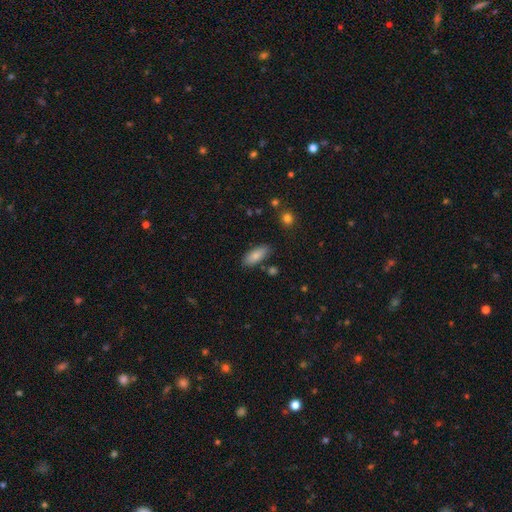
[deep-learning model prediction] Smooth or featured?
  - smooth: 84% *
  - featured or disk: 9%
  - star or artifact: 7%
How rounded?
  - in between: 81% *
  - cigar-shaped: 17%
  - round: 2%
Merging?
  - none: 82% *
  - minor disturbance: 12%
  - merger: 3%
  - major disturbance: 3%